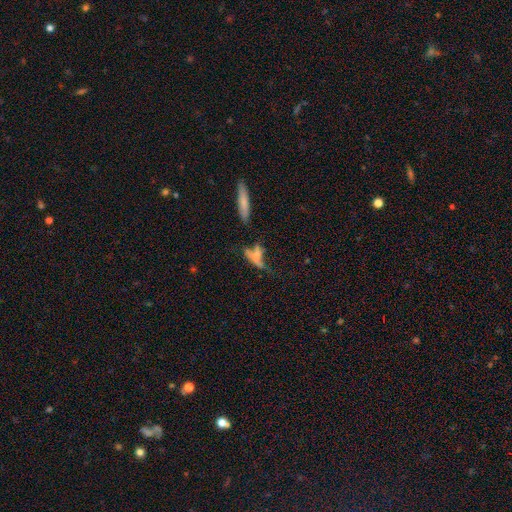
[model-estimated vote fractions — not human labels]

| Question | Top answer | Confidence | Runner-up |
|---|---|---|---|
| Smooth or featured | smooth | 49% | featured or disk (37%) |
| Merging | none | 29% | tied: merger (29%) |